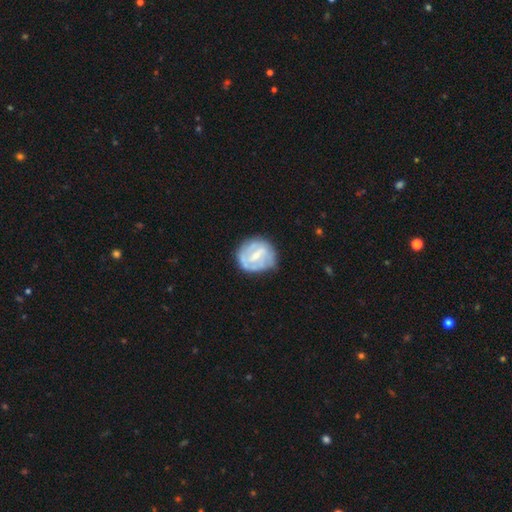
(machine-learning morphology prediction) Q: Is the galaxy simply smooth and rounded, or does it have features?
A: featured or disk — 64%.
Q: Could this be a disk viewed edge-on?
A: no — 97%.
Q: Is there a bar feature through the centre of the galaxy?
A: weak — 49%.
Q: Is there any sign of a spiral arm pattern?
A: yes — 64%.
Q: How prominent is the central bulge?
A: small — 50%.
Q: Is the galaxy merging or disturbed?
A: none — 66%.